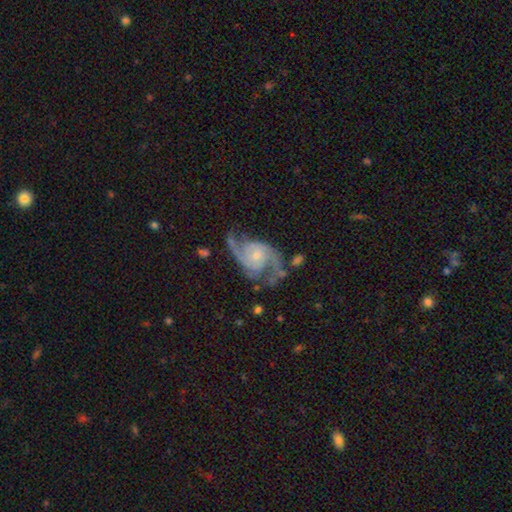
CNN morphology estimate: smooth_or_featured: featured or disk (p=0.91) [alt: star or artifact p=0.05]
disk_edge_on: no (p=0.98) [alt: yes p=0.02]
bar: no (p=0.64) [alt: weak p=0.30]
has_spiral_arms: yes (p=0.98) [alt: no p=0.02]
spiral_winding: medium (p=0.53) [alt: loose p=0.29]
spiral_arm_count: 2 (p=0.80) [alt: 3 p=0.09]
bulge_size: small (p=0.61) [alt: moderate p=0.30]
merging: none (p=0.62) [alt: minor disturbance p=0.20]